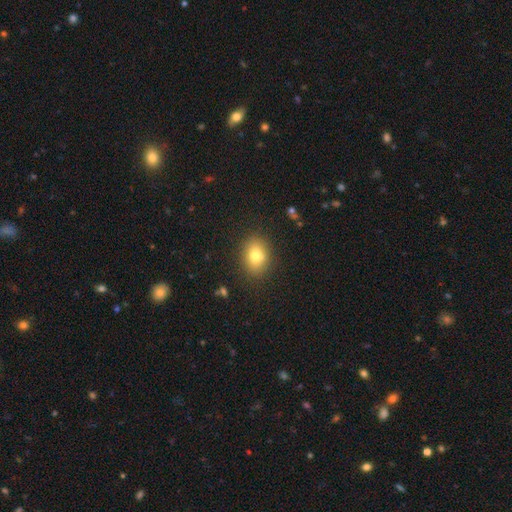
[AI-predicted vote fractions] Smooth or featured?
  - smooth: 77% *
  - featured or disk: 13%
  - star or artifact: 11%
How rounded?
  - in between: 66% *
  - round: 33%
  - cigar-shaped: 2%
Merging?
  - none: 84% *
  - minor disturbance: 11%
  - major disturbance: 3%
  - merger: 2%